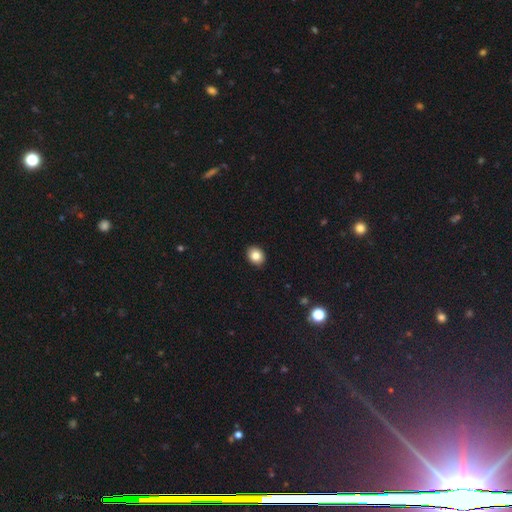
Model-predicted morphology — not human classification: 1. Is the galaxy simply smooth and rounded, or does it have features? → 83% smooth, 9% star or artifact, 8% featured or disk.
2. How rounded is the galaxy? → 52% in between, 47% round, 1% cigar-shaped.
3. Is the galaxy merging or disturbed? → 91% none, 6% minor disturbance, 1% major disturbance, 1% merger.